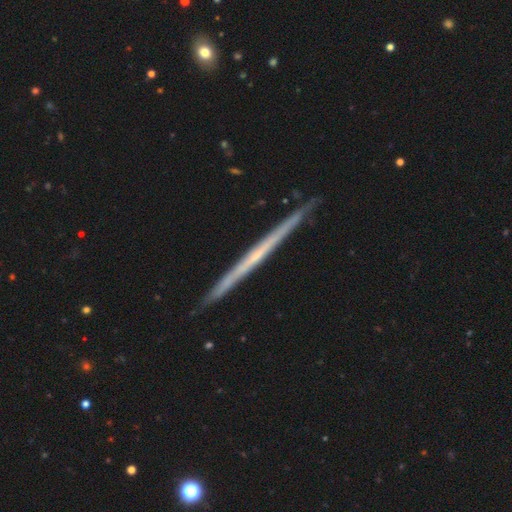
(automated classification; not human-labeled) The model was most divided on "smooth or featured": featured or disk: 71%, smooth: 23%, star or artifact: 6%. More confident: edge-on disk — yes (98%); merging — none (91%); edge-on bulge — none (84%).